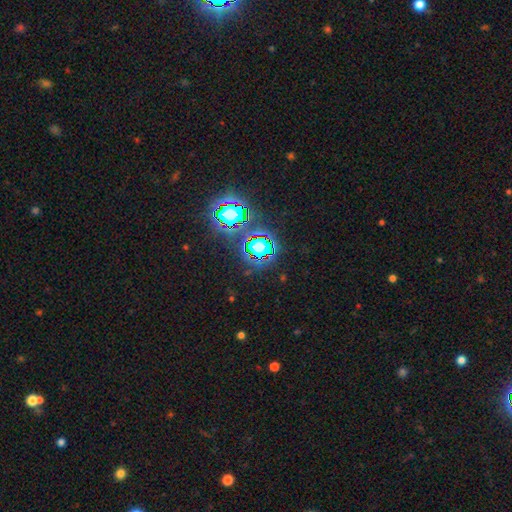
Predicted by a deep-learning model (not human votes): Smooth or featured: star or artifact — 79% (smooth — 13%)